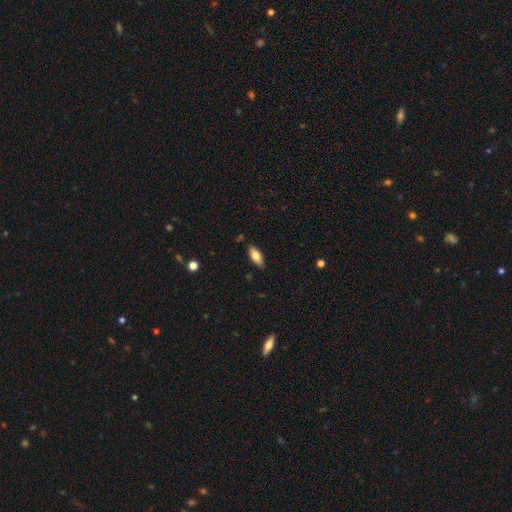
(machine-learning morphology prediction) Smooth or featured: smooth — 76% (featured or disk — 17%)
How rounded: in between — 84% (cigar-shaped — 14%)
Merging: none — 85% (minor disturbance — 12%)